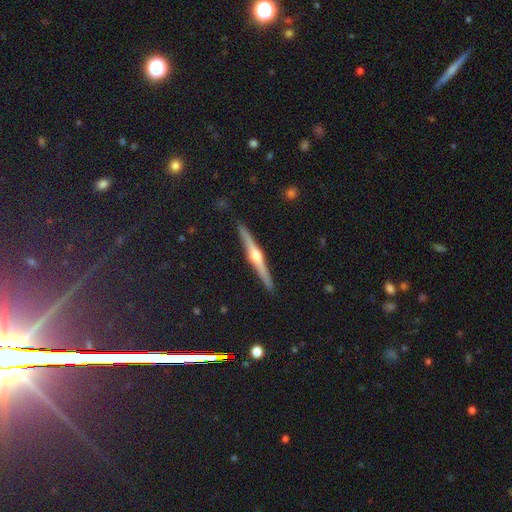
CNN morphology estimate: type=featured or disk (79%); edge-on=yes (98%); edge-on bulge=rounded (93%); merging=none (92%).